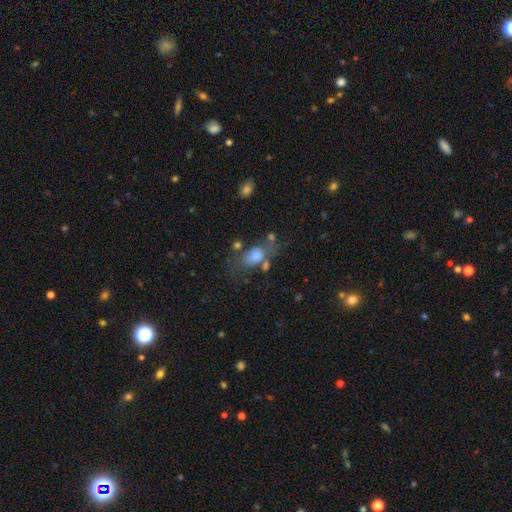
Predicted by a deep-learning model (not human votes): smooth-or-featured: smooth: 61% | featured or disk: 23% | star or artifact: 15%
  how-rounded: in between: 73% | round: 22% | cigar-shaped: 6%
  merging: none: 50% | minor disturbance: 21% | major disturbance: 19% | merger: 11%